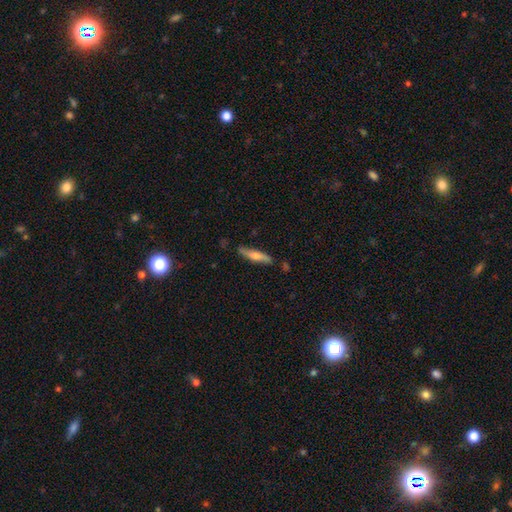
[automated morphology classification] Smooth or featured?
  - smooth: 55% *
  - featured or disk: 40%
  - star or artifact: 5%
How rounded?
  - cigar-shaped: 86% *
  - in between: 13%
  - round: 2%
Merging?
  - none: 82% *
  - minor disturbance: 13%
  - merger: 2%
  - major disturbance: 2%